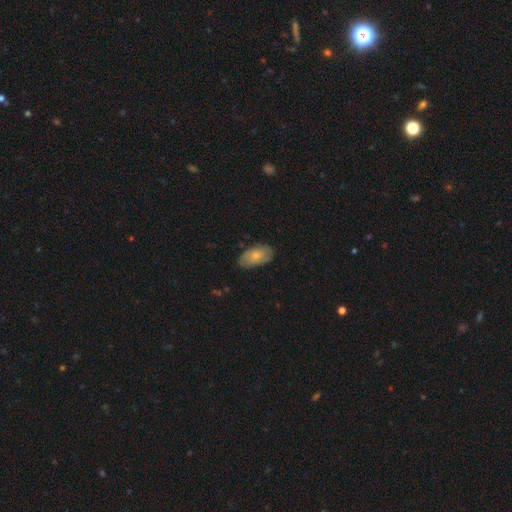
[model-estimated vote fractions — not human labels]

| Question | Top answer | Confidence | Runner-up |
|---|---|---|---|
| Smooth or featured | smooth | 70% | featured or disk (24%) |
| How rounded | in between | 93% | round (5%) |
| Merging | none | 75% | minor disturbance (20%) |